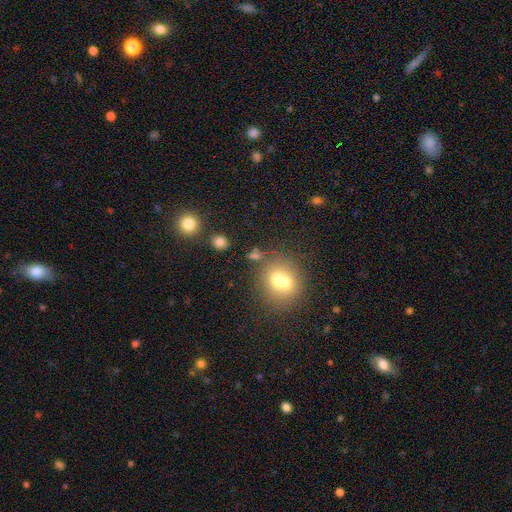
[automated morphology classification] smooth-or-featured: smooth: 65% | featured or disk: 19% | star or artifact: 16%
  how-rounded: round: 67% | in between: 31% | cigar-shaped: 2%
  merging: merger: 51% | none: 37% | minor disturbance: 8% | major disturbance: 4%